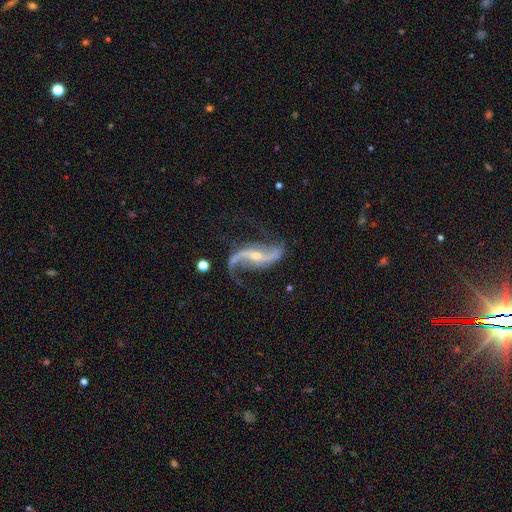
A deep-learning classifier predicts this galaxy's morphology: Smooth or featured?
  - featured or disk: 91% *
  - star or artifact: 5%
  - smooth: 3%
Edge-on disk?
  - no: 95% *
  - yes: 5%
Bar?
  - strong: 42% *
  - no: 30%
  - weak: 28%
Spiral arms?
  - yes: 97% *
  - no: 3%
Spiral winding?
  - loose: 84% *
  - medium: 12%
  - tight: 4%
Spiral arm count?
  - 2: 93% *
  - 1: 2%
  - can't tell: 1%
  - 3: 1%
  - 4: 1%
  - more than 4: 1%
Bulge size?
  - small: 61% *
  - moderate: 35%
  - none: 1%
  - large: 1%
  - dominant: 1%
Merging?
  - none: 71% *
  - minor disturbance: 17%
  - major disturbance: 10%
  - merger: 3%